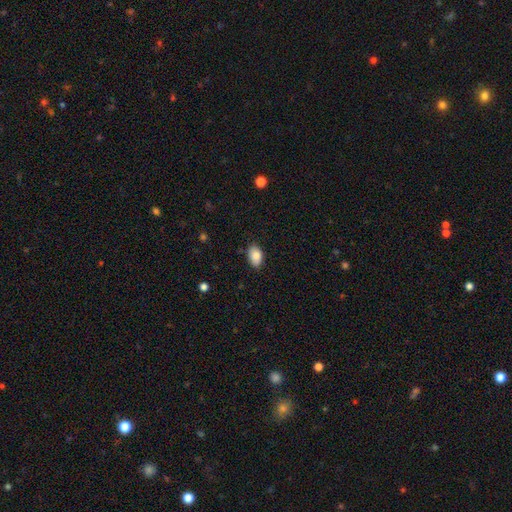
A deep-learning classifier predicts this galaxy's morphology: Q: Smooth or featured?
A: smooth (84%); runner-up: featured or disk (9%)
Q: How rounded?
A: in between (91%); runner-up: round (8%)
Q: Merging?
A: none (84%); runner-up: minor disturbance (13%)